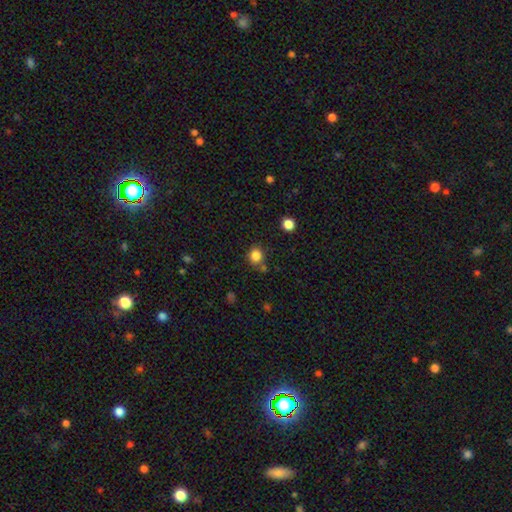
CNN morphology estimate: smooth-or-featured: smooth: 83% | star or artifact: 12% | featured or disk: 5%
  how-rounded: round: 81% | in between: 18% | cigar-shaped: 1%
  merging: none: 75% | minor disturbance: 12% | merger: 10% | major disturbance: 4%